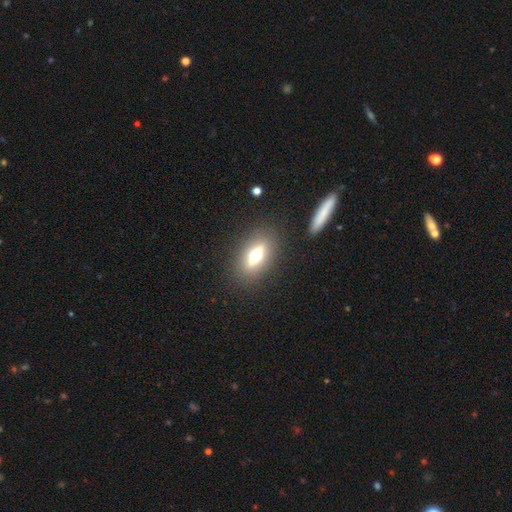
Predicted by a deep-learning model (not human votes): featured or disk 45%, smooth 44%, star or artifact 10%. Down the decision tree: merging — none (86%).